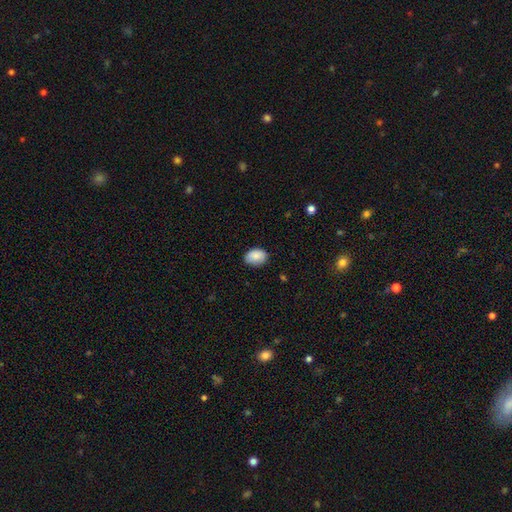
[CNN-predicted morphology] Smooth or featured? smooth (87%)
How rounded? in between (76%)
Merging? none (82%)